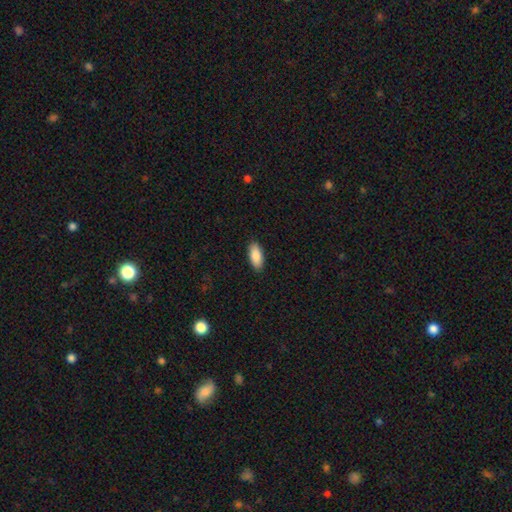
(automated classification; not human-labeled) This appears to be a smooth galaxy with no disk features (88%) that is in between round and cigar-shaped (87%). Merging: none (90%).